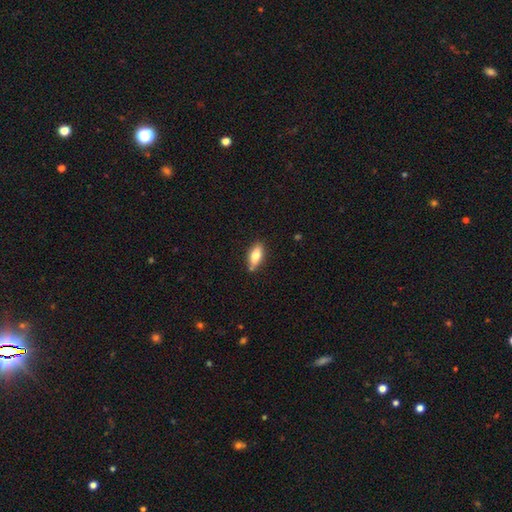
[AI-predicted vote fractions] smooth_or_featured: smooth (p=0.71) [alt: featured or disk p=0.22]
how_rounded: in between (p=0.77) [alt: cigar-shaped p=0.20]
merging: none (p=0.81) [alt: minor disturbance p=0.13]